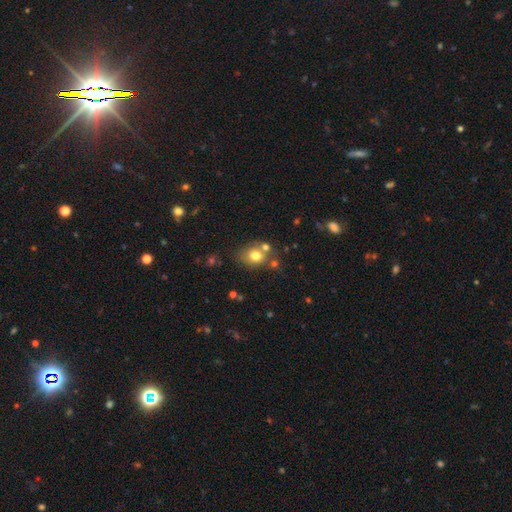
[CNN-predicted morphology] smooth_or_featured: smooth (p=0.74) [alt: featured or disk p=0.13]
how_rounded: round (p=0.58) [alt: in between p=0.41]
merging: none (p=0.59) [alt: merger p=0.21]